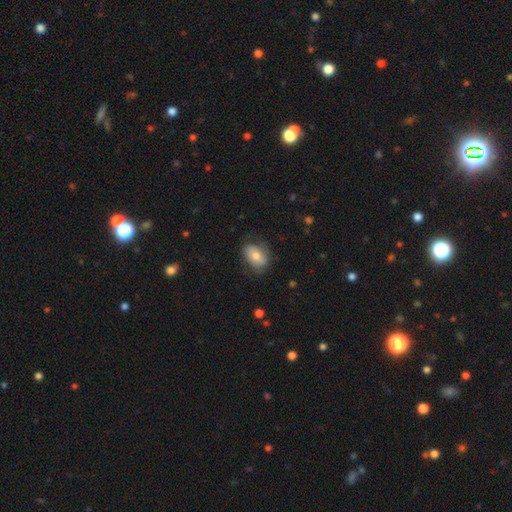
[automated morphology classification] Smooth or featured: smooth — 61% (featured or disk — 32%)
How rounded: in between — 82% (round — 16%)
Merging: none — 66% (minor disturbance — 23%)